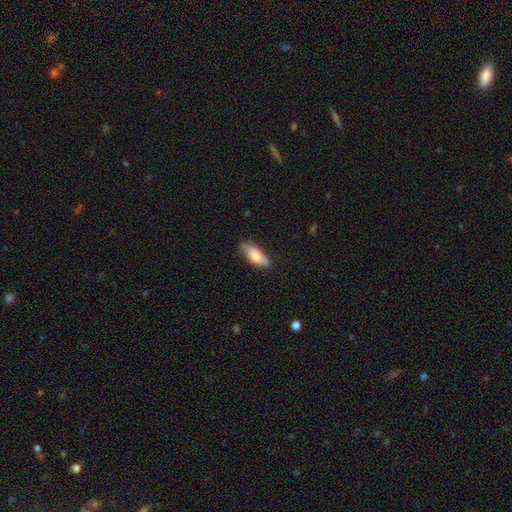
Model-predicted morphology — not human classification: type=smooth (78%); roundness=in between (77%); merging=none (74%).